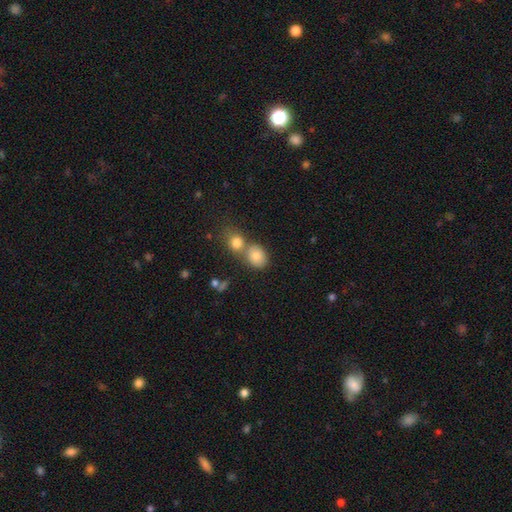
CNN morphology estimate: A smooth galaxy with no disk features (78%) that is in between round and cigar-shaped (50%). Merging: merger (45%).